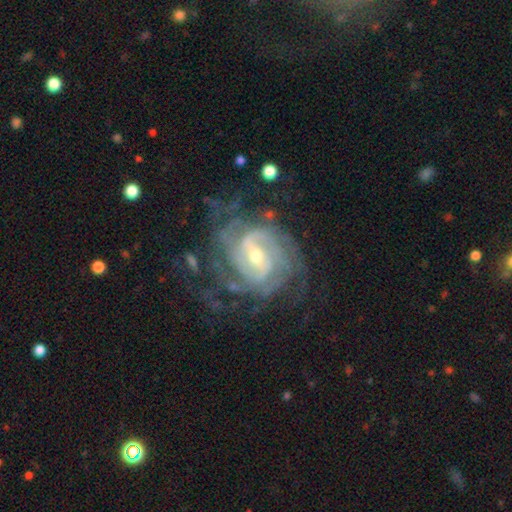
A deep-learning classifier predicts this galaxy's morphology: This appears to be a featured or disk galaxy (90%) with a weak bar (50%), tight (61%) spiral arms (97%) and a small central bulge (53%). Merging: none (65%).